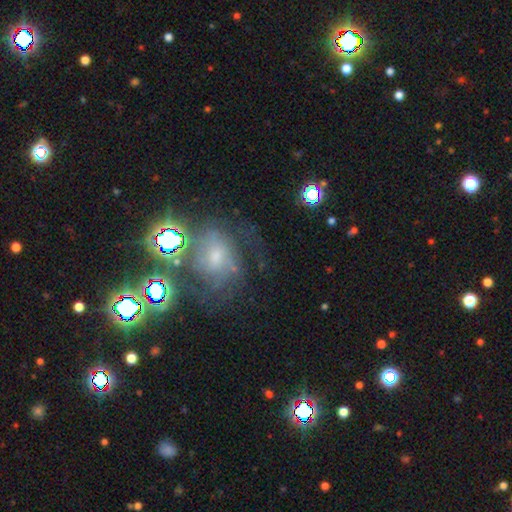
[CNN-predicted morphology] type=featured or disk (48%); merging=none (61%).